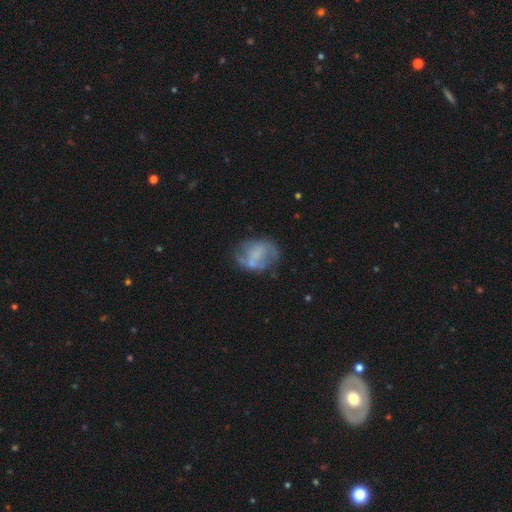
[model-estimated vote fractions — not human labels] Morphology: type=featured or disk (54%); edge-on=no (97%); bar=no (53%); spiral arms=no (53%); bulge=none (55%); merging=none (47%).